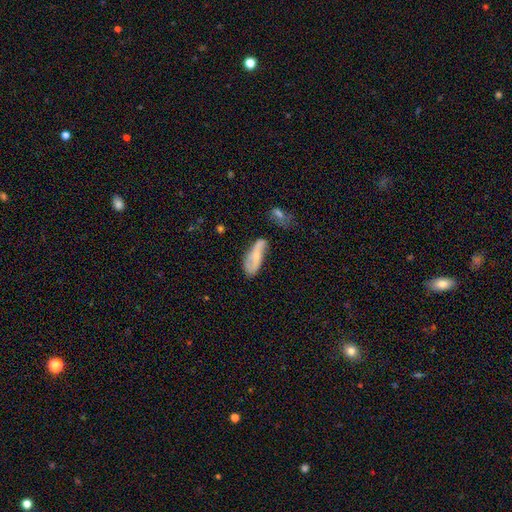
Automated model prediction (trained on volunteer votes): Smooth or featured? Predicted: smooth (p=0.47). Merging? Predicted: none (p=0.53).